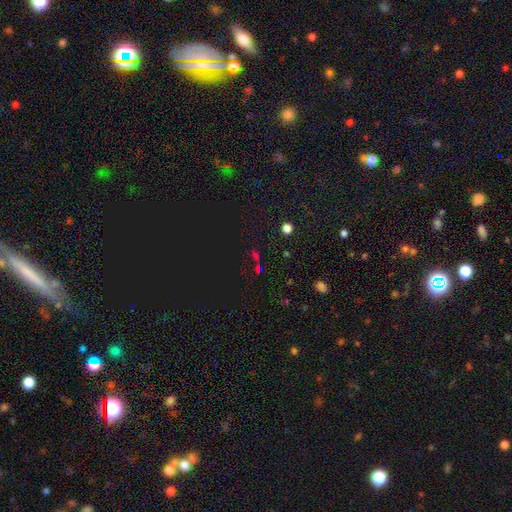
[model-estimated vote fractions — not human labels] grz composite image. It shows a star or artifact, not a galaxy (62%).